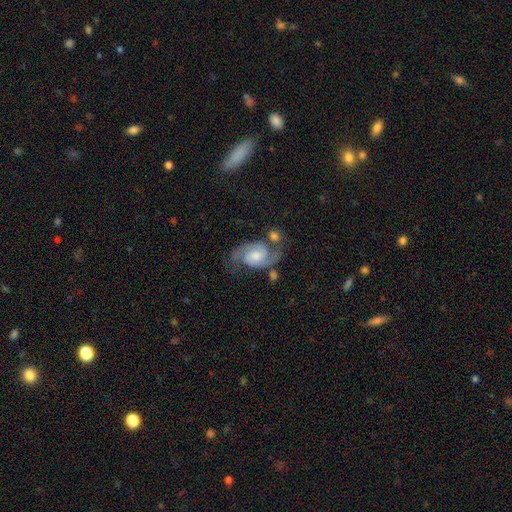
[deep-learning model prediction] Smooth or featured? featured or disk (83%)
Edge-on disk? no (97%)
Bar? no (57%)
Spiral arms? yes (96%)
Spiral winding? medium (53%)
Spiral arm count? 2 (92%)
Bulge size? moderate (48%)
Merging? none (55%)